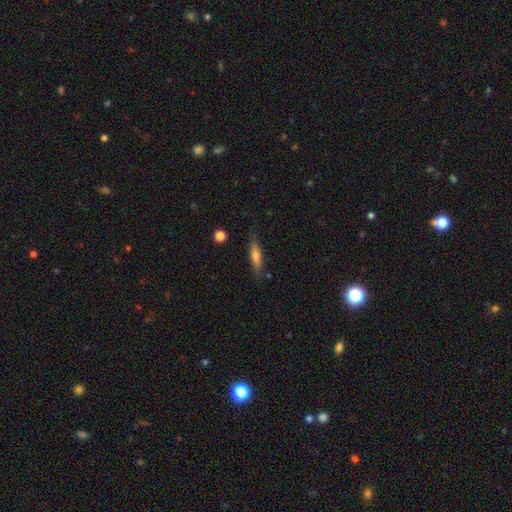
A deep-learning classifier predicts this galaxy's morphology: smooth-or-featured: smooth: 62% | featured or disk: 30% | star or artifact: 7%
  how-rounded: cigar-shaped: 78% | in between: 20% | round: 2%
  merging: none: 82% | minor disturbance: 13% | major disturbance: 3% | merger: 2%